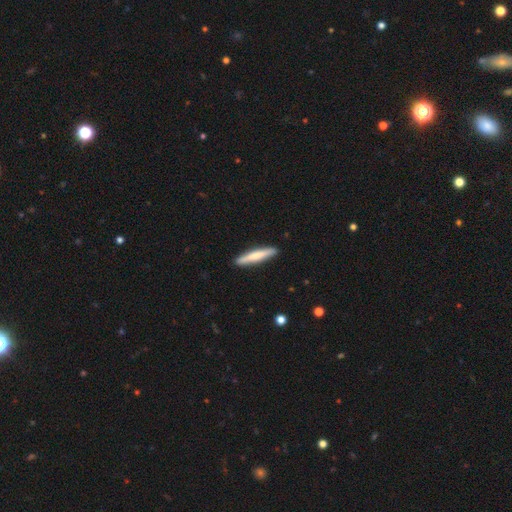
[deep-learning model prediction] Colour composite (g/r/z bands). It shows a smooth galaxy with no disk features (66%) that is cigar-shaped (93%). Merging: none (91%).